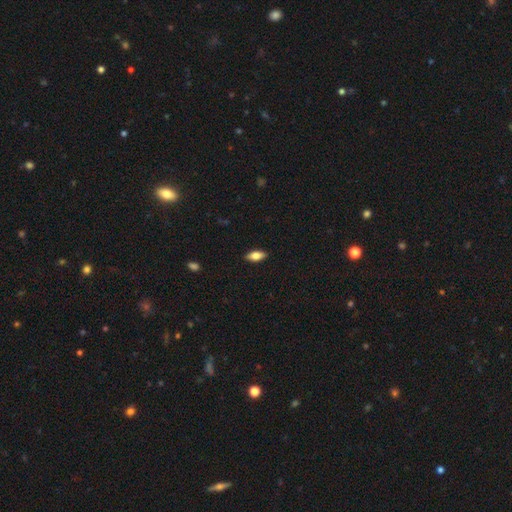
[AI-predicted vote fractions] This is likely a smooth galaxy (72%). How rounded: clearly in between (84%). Merging: clearly none (89%).